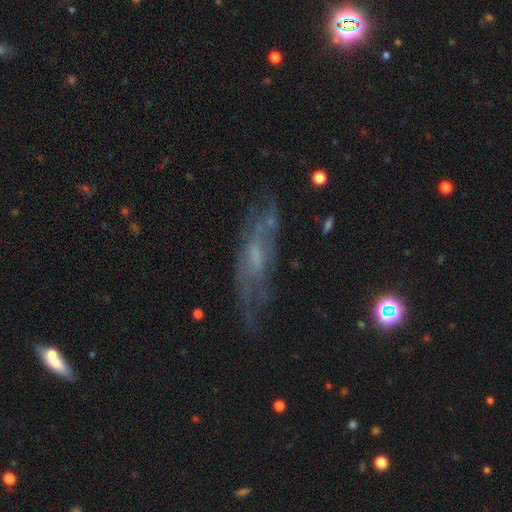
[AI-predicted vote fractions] A featured or disk galaxy (66%).

Vote fractions:
- Smooth or featured? featured or disk: 66% / smooth: 24% / star or artifact: 10%
- Edge-on disk? no: 71% / yes: 29%
- Merging? none: 60% / minor disturbance: 23% / major disturbance: 15% / merger: 3%